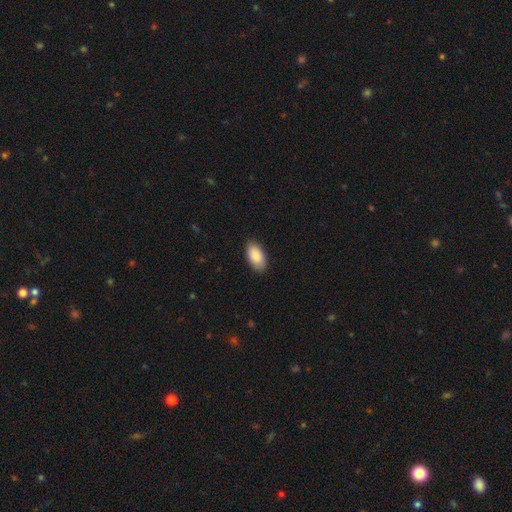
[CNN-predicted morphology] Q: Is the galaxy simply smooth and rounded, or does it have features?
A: smooth — 90%.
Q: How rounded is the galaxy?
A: in between — 95%.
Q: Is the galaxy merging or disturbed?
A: none — 87%.